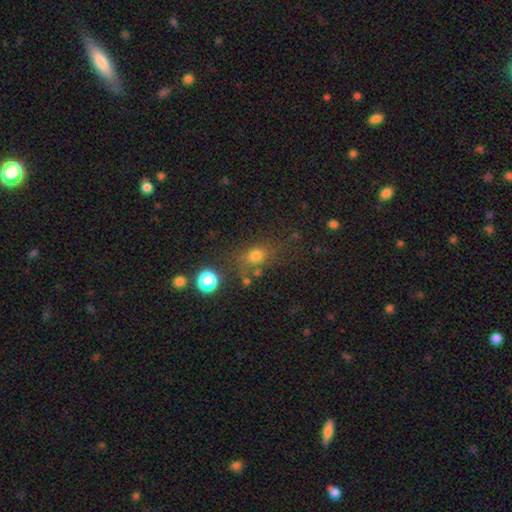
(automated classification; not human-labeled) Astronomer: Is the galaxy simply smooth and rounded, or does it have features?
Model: smooth — 73%.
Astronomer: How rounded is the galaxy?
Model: round — 57% (runner-up: in between, 41%).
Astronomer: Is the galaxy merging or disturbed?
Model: none — 67%.